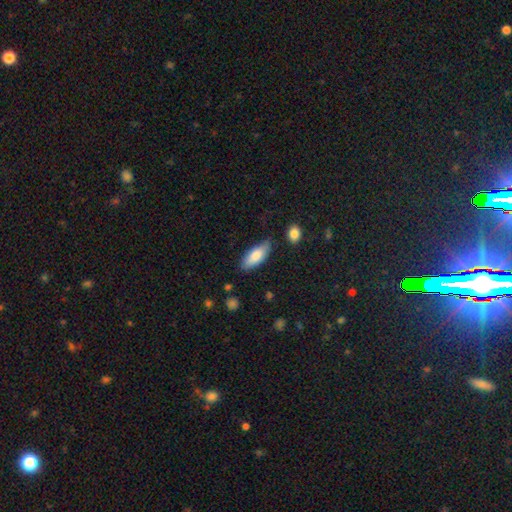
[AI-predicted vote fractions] The model was most divided on "how rounded": in between: 74%, cigar-shaped: 24%, round: 2%. More confident: smooth or featured — smooth (80%); merging — none (77%).